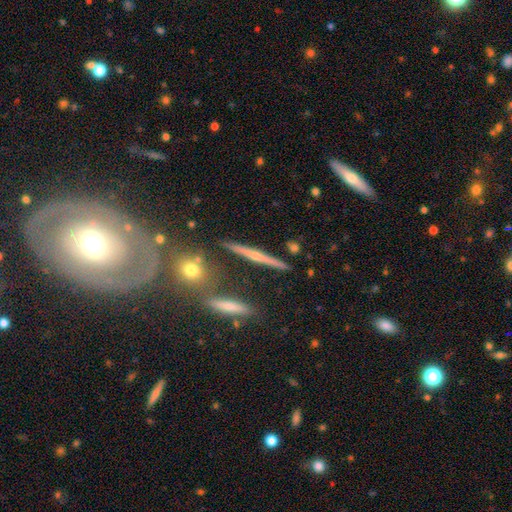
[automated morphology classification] Smooth or featured? featured or disk (70%)
Edge-on disk? yes (96%)
Edge-on bulge? rounded (76%)
Merging? none (86%)